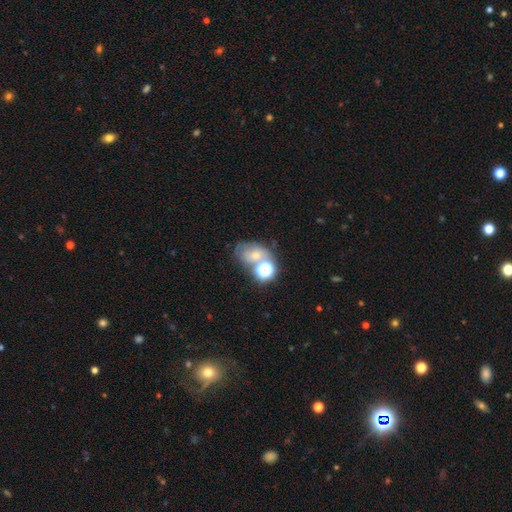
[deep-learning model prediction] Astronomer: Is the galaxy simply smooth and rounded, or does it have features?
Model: star or artifact — 37% (runner-up: smooth, 36%).